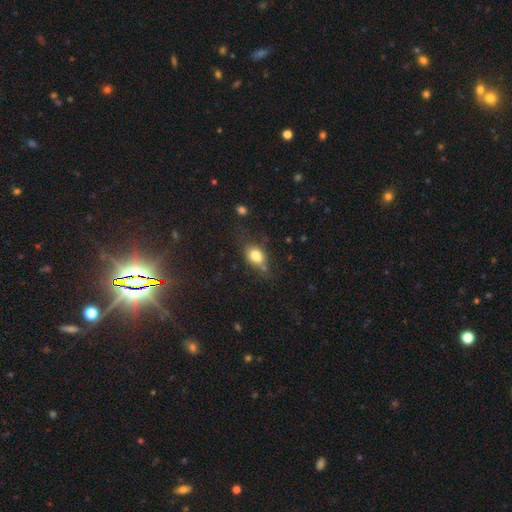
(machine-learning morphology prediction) The model was most divided on "merging": none: 54%, minor disturbance: 27%, major disturbance: 11%, merger: 9%. More confident: smooth or featured — smooth (76%); how rounded — in between (72%).